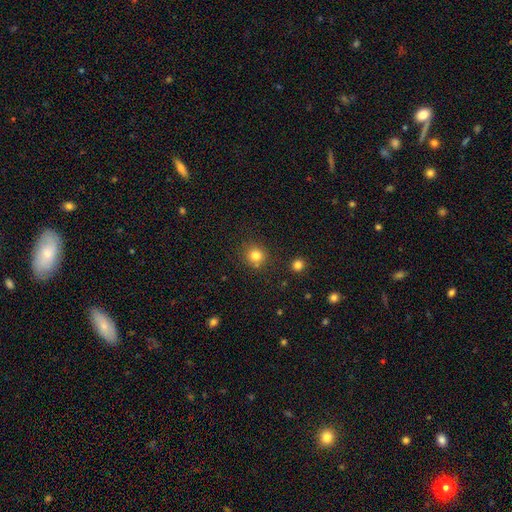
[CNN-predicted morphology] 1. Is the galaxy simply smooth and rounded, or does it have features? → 81% smooth, 13% star or artifact, 6% featured or disk.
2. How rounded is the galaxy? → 90% round, 9% in between, 1% cigar-shaped.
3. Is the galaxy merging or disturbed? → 80% none, 10% minor disturbance, 7% merger, 3% major disturbance.